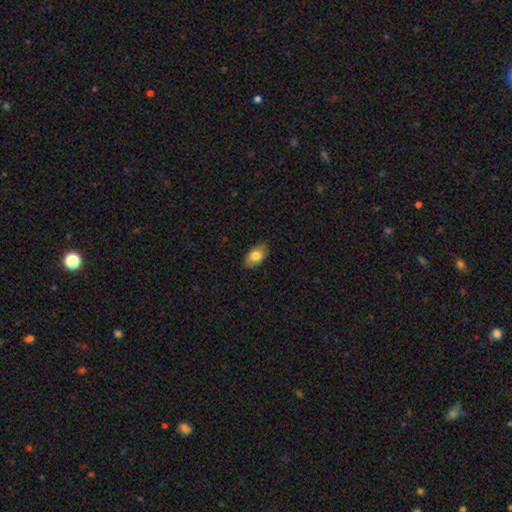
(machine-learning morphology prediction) Q: Smooth or featured?
A: smooth (79%); runner-up: featured or disk (15%)
Q: How rounded?
A: in between (93%); runner-up: round (5%)
Q: Merging?
A: none (86%); runner-up: minor disturbance (11%)